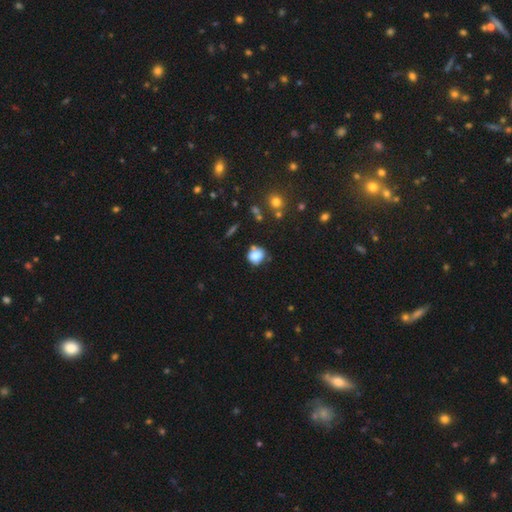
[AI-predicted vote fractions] A smooth galaxy with no disk features (79%) that is round (73%). Merging: none (57%).